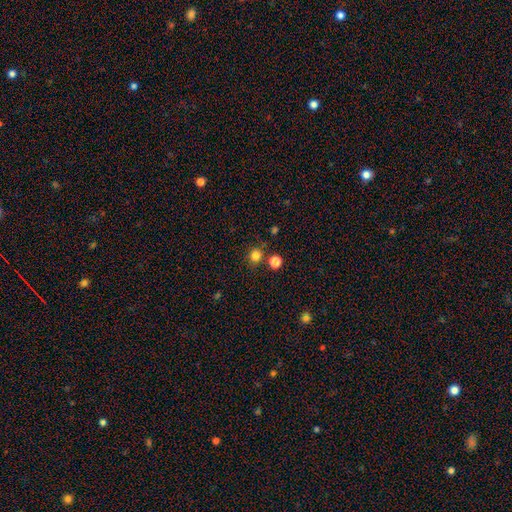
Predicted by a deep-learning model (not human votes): Q: Smooth or featured?
A: smooth (81%); runner-up: star or artifact (15%)
Q: How rounded?
A: round (88%); runner-up: in between (11%)
Q: Merging?
A: none (80%); runner-up: merger (10%)